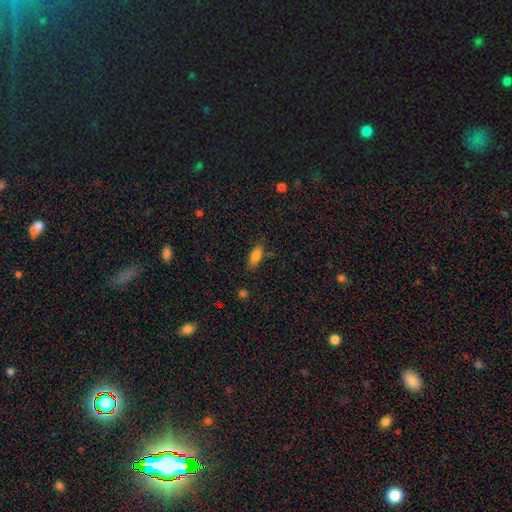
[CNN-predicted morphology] Smooth or featured? Predicted: smooth (p=0.81). How rounded? Predicted: in between (p=0.77). Merging? Predicted: none (p=0.77).